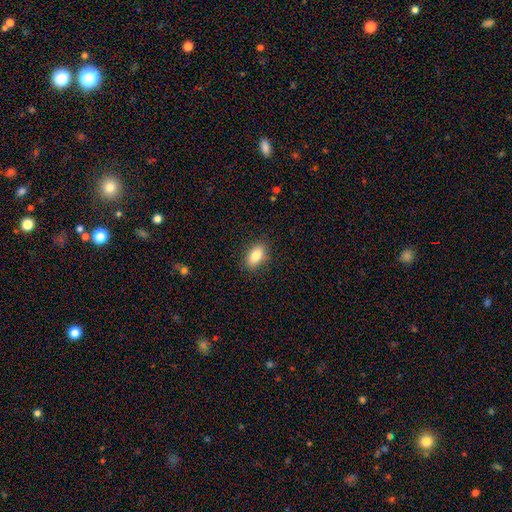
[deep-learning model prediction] Overall: smooth (82%). How rounded: in between (88%). Merging: none (87%).